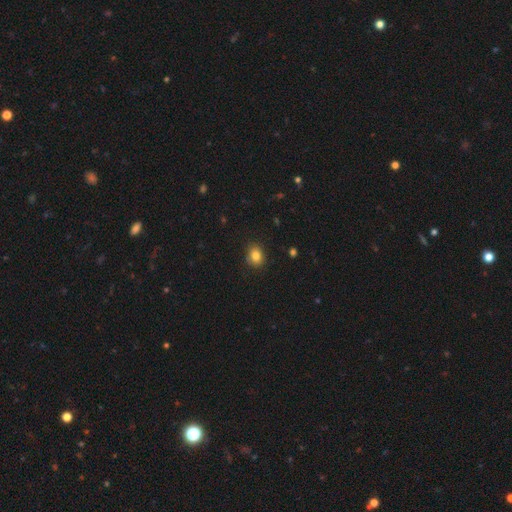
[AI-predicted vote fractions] smooth_or_featured: smooth (p=0.84) [alt: star or artifact p=0.11]
how_rounded: round (p=0.54) [alt: in between p=0.45]
merging: none (p=0.85) [alt: minor disturbance p=0.11]